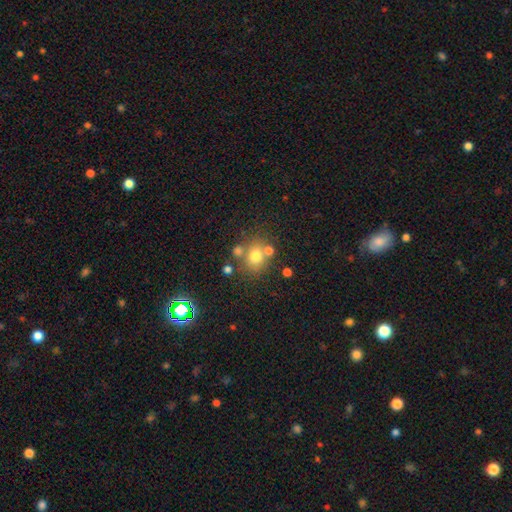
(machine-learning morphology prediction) A smooth galaxy with no disk features (72%) that is round (69%). Merging: none (64%).